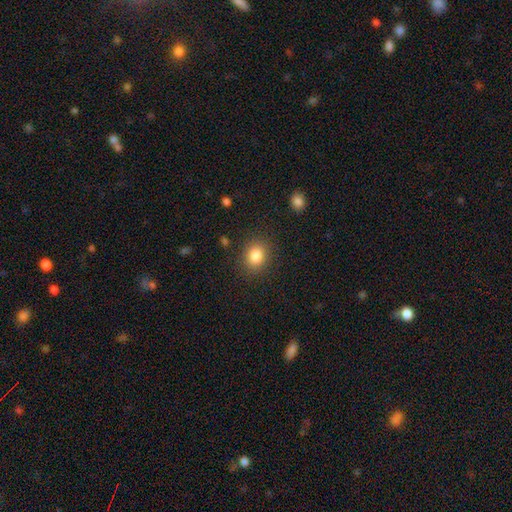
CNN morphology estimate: smooth-or-featured: smooth: 84% | star or artifact: 10% | featured or disk: 6%
  how-rounded: round: 65% | in between: 34% | cigar-shaped: 1%
  merging: none: 87% | minor disturbance: 9% | major disturbance: 3% | merger: 1%